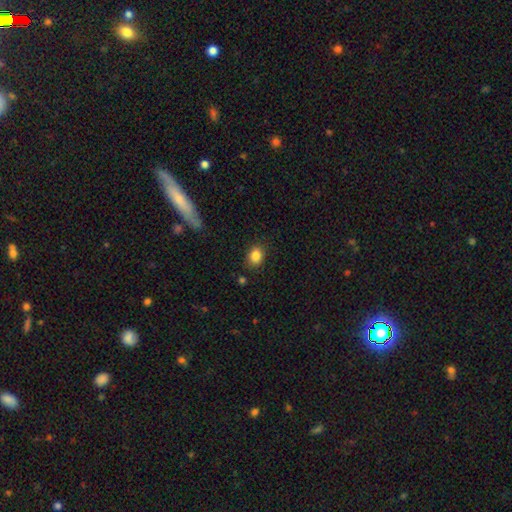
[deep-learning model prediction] smooth-or-featured: smooth: 85% | star or artifact: 10% | featured or disk: 5%
  how-rounded: in between: 50% | round: 49% | cigar-shaped: 1%
  merging: none: 83% | minor disturbance: 12% | major disturbance: 3% | merger: 2%